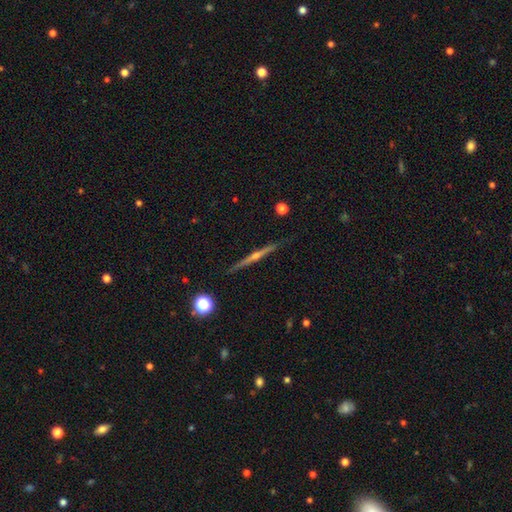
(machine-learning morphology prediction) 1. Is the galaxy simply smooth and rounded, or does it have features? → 81% featured or disk, 12% smooth, 6% star or artifact.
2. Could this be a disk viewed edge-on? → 98% yes, 2% no.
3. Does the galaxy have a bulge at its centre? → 85% rounded, 11% none, 4% boxy.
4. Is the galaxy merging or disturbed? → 91% none, 7% minor disturbance, 1% major disturbance, 1% merger.